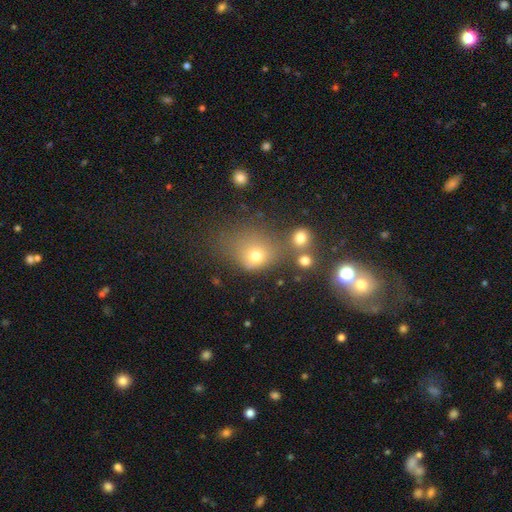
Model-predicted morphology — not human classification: Smooth or featured: smooth — 68% (star or artifact — 20%)
How rounded: round — 62% (in between — 37%)
Merging: none — 45% (merger — 20%)